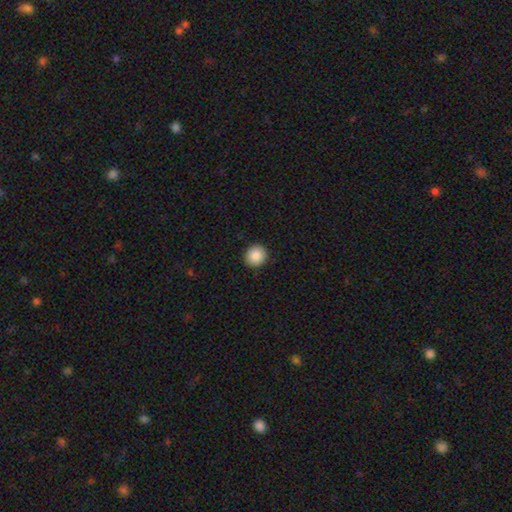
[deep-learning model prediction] smooth_or_featured: smooth (p=0.87) [alt: star or artifact p=0.08]
how_rounded: round (p=0.90) [alt: in between p=0.09]
merging: none (p=0.93) [alt: minor disturbance p=0.05]